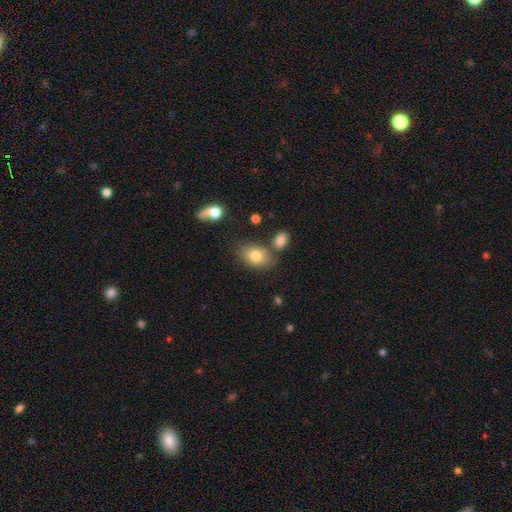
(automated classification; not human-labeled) A smooth galaxy with no disk features (79%) that is in between round and cigar-shaped (80%). Merging: none (69%).